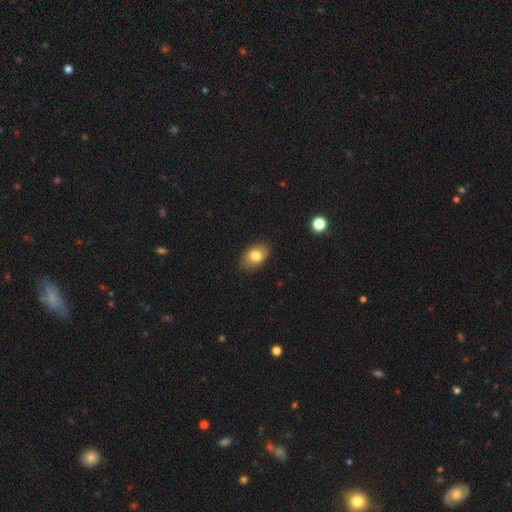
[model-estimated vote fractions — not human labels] Overall: smooth (81%). How rounded: in between (83%). Merging: none (85%).